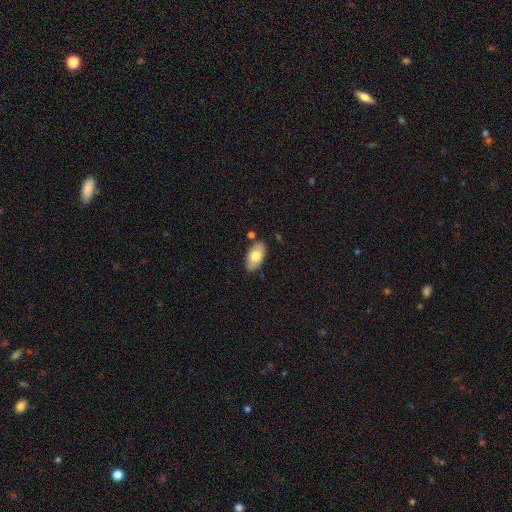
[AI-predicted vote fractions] This appears to be a smooth galaxy with no disk features (70%) that is in between round and cigar-shaped (93%). Merging: none (79%).